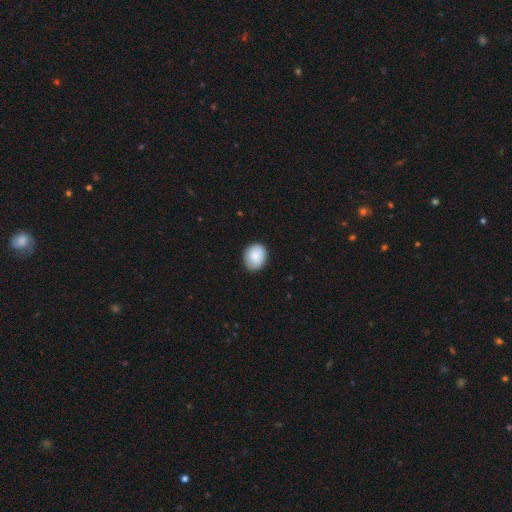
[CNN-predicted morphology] Smooth or featured? Predicted: smooth (p=0.87). How rounded? Predicted: round (p=0.63). Merging? Predicted: none (p=0.86).